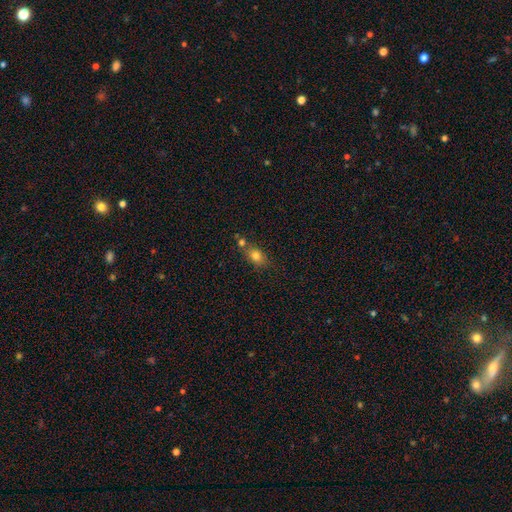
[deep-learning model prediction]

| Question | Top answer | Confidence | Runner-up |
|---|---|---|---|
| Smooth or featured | smooth | 78% | star or artifact (12%) |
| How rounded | in between | 61% | round (36%) |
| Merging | none | 55% | merger (26%) |